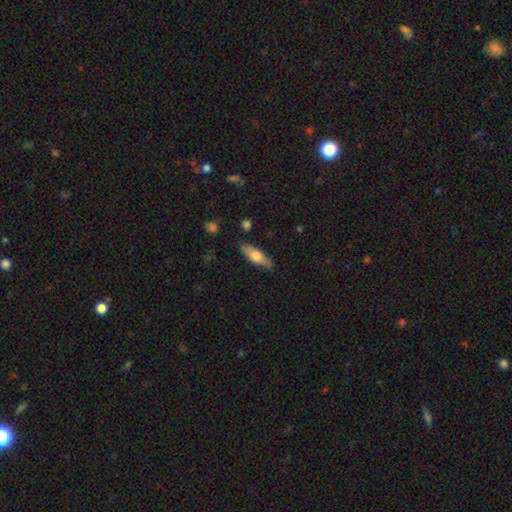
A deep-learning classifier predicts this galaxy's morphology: smooth 59%, featured or disk 35%, star or artifact 6%. Down the decision tree: how rounded — in between (51%); merging — none (82%).